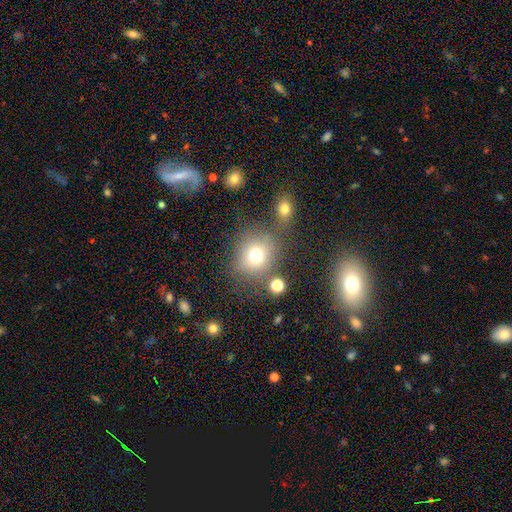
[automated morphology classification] The model was most divided on "merging": none: 68%, merger: 13%, minor disturbance: 13%, major disturbance: 6%. More confident: how rounded — round (79%); smooth or featured — smooth (73%).